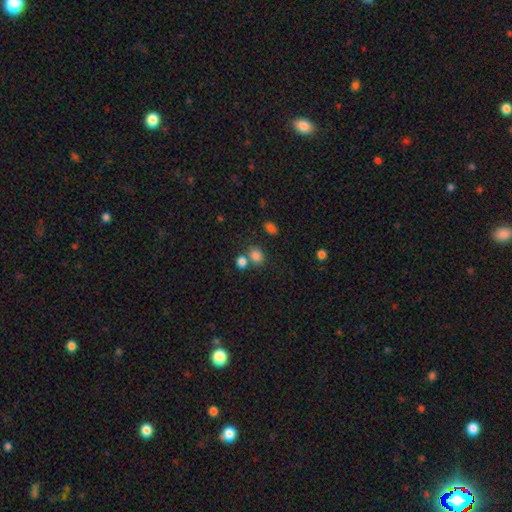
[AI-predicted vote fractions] A smooth galaxy with no disk features (82%) that is round (57%). Merging: none (58%).